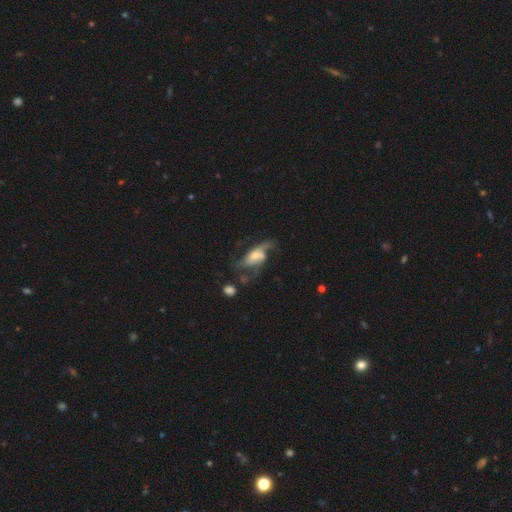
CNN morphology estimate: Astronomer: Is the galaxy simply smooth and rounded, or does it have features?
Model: featured or disk — 70%.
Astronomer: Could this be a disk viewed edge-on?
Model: no — 92%.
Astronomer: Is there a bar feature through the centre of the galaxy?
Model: no — 54% (runner-up: weak, 35%).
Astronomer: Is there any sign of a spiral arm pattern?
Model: yes — 84%.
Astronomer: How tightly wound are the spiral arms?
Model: loose — 52% (runner-up: medium, 36%).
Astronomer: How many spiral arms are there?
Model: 2 — 52%.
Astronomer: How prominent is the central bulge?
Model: moderate — 40% (runner-up: small, 33%).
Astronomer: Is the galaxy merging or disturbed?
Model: major disturbance — 36% (runner-up: none, 34%).